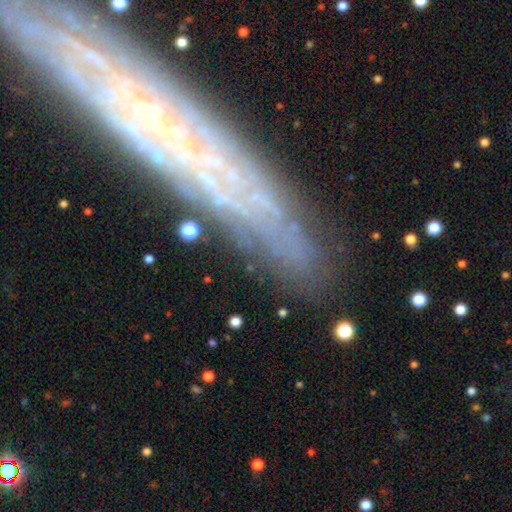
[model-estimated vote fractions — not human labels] This is likely a featured or disk galaxy (66%). It is possibly viewed edge-on (55%). Merging: clearly none (83%).